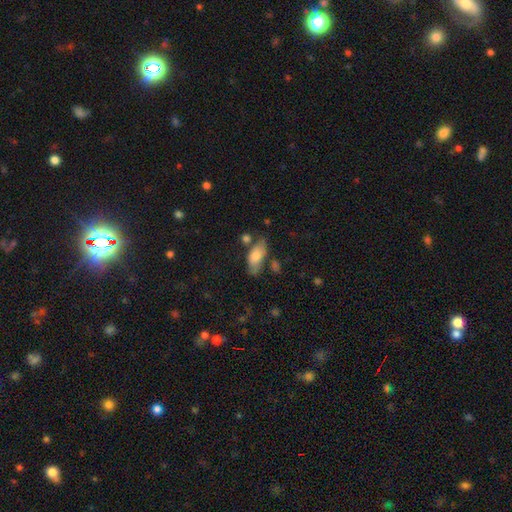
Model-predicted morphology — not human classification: smooth 73%, featured or disk 20%, star or artifact 7%. Down the decision tree: how rounded — in between (83%); merging — none (56%).